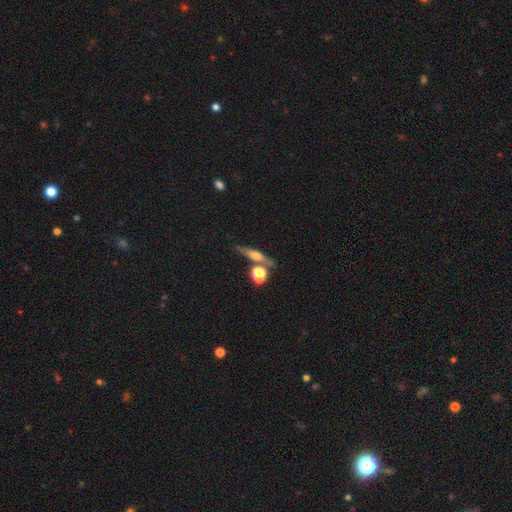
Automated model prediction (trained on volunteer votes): Smooth or featured: featured or disk — 56% (smooth — 33%)
Edge-on disk: yes — 90% (no — 10%)
Edge-on bulge: rounded — 88% (boxy — 7%)
Merging: none — 70% (merger — 14%)